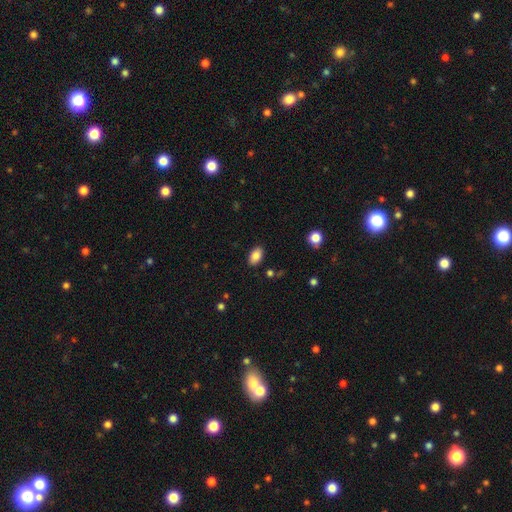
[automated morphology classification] smooth 85%, star or artifact 8%, featured or disk 7%. Down the decision tree: how rounded — in between (92%); merging — none (87%).